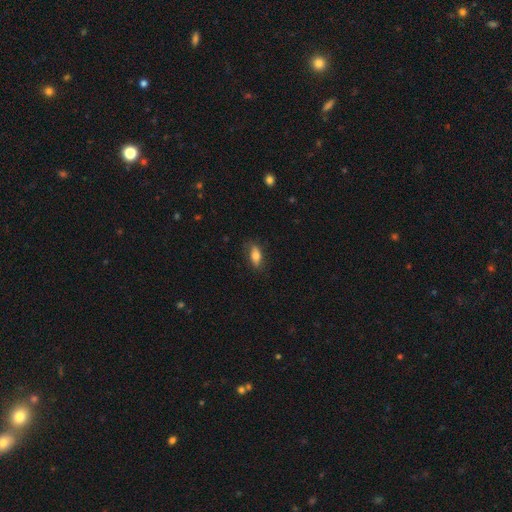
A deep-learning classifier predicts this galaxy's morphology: smooth-or-featured: smooth: 76% | featured or disk: 16% | star or artifact: 7%
  how-rounded: in between: 80% | cigar-shaped: 15% | round: 5%
  merging: none: 79% | minor disturbance: 16% | major disturbance: 4% | merger: 1%